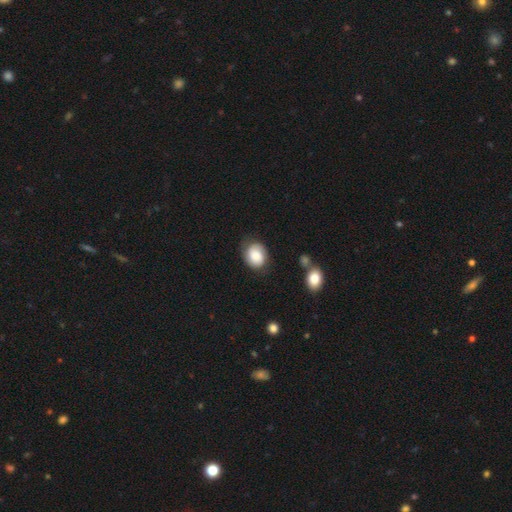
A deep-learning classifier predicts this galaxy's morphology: This is likely a smooth galaxy (66%). How rounded: possibly round (50%). Merging: likely none (68%).